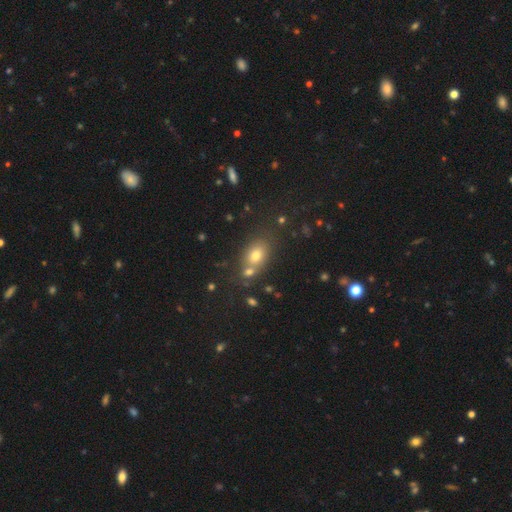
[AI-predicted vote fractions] Smooth or featured? Predicted: smooth (p=0.68). How rounded? Predicted: in between (p=0.64). Merging? Predicted: none (p=0.59).